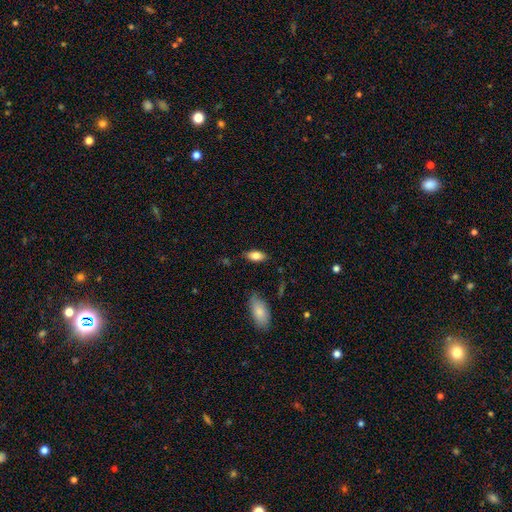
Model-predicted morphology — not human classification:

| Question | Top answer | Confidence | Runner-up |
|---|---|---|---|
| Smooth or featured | smooth | 79% | featured or disk (15%) |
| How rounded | in between | 86% | cigar-shaped (11%) |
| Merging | none | 85% | minor disturbance (11%) |